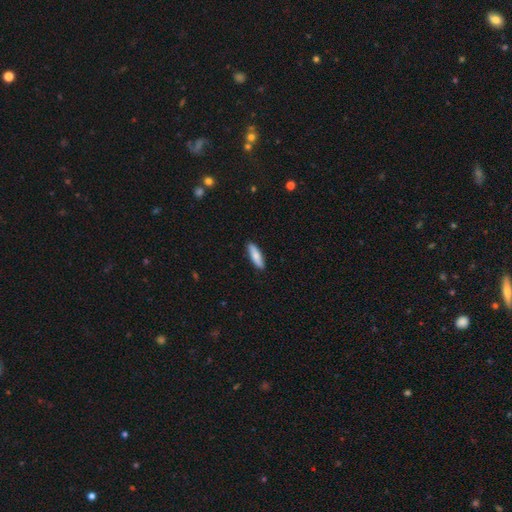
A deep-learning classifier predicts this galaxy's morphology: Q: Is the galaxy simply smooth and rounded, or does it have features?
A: smooth — 77%.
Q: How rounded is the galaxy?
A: cigar-shaped — 66%.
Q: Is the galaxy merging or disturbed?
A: none — 89%.